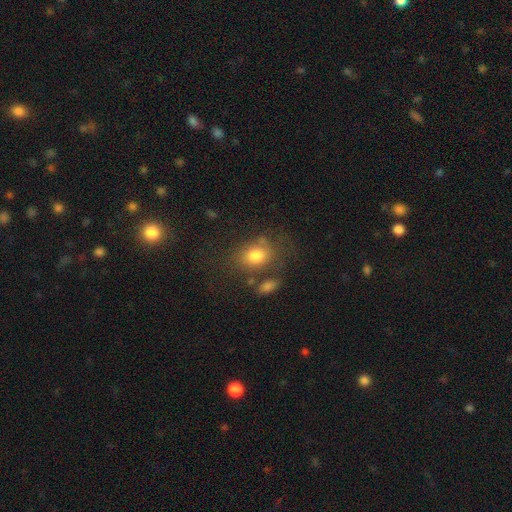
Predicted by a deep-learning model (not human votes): Smooth or featured? smooth (78%)
How rounded? in between (65%)
Merging? none (56%)